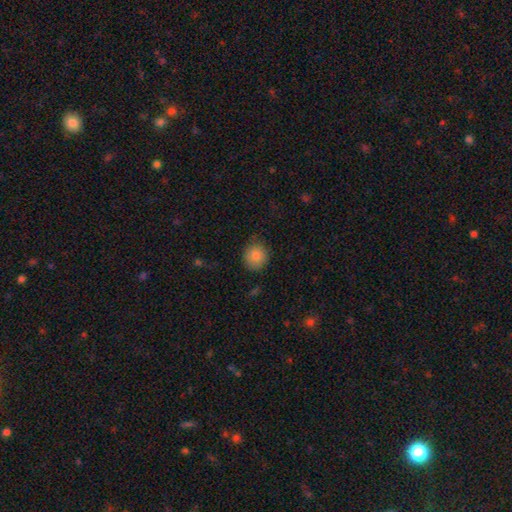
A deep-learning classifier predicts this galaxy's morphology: This appears to be a smooth galaxy with no disk features (85%) that is round (82%). Merging: none (80%).